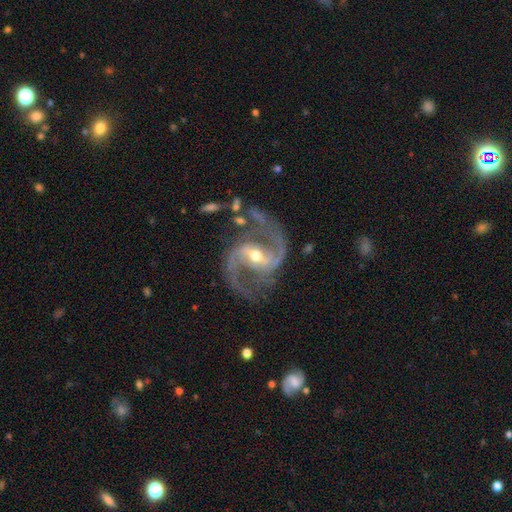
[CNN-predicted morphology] smooth-or-featured: featured or disk: 93% | star or artifact: 4% | smooth: 3%
  disk-edge-on: no: 98% | yes: 2%
    bar: strong: 47% | weak: 39% | no: 13%
    has-spiral-arms: yes: 98% | no: 2%
      spiral-winding: medium: 63% | loose: 24% | tight: 13%
      spiral-arm-count: 2: 94% | 3: 2% | can't tell: 1% | 1: 1% | 4: 1% | more than 4: 1%
    bulge-size: moderate: 66% | small: 27% | large: 4% | none: 1% | dominant: 1%
  merging: none: 73% | minor disturbance: 15% | major disturbance: 9% | merger: 4%